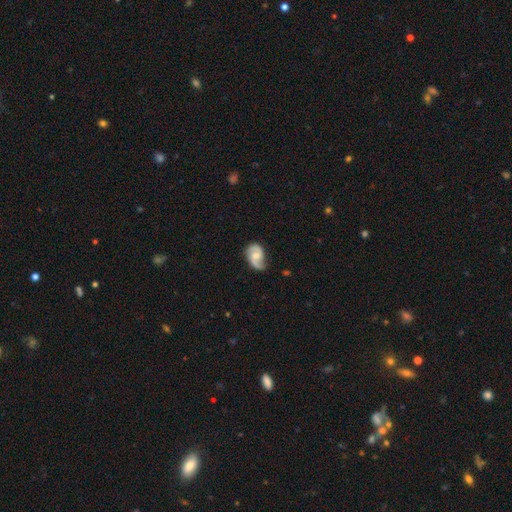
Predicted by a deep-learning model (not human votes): Smooth or featured?
  - featured or disk: 77% *
  - smooth: 18%
  - star or artifact: 6%
Edge-on disk?
  - no: 98% *
  - yes: 2%
Bar?
  - no: 52% *
  - weak: 41%
  - strong: 7%
Spiral arms?
  - yes: 95% *
  - no: 5%
Spiral winding?
  - medium: 45% *
  - loose: 38%
  - tight: 17%
Spiral arm count?
  - 2: 81% *
  - 1: 11%
  - can't tell: 4%
  - 3: 1%
  - 4: 1%
  - more than 4: 1%
Bulge size?
  - moderate: 45% *
  - small: 41%
  - none: 10%
  - large: 3%
  - dominant: 1%
Merging?
  - none: 65% *
  - minor disturbance: 25%
  - major disturbance: 9%
  - merger: 2%